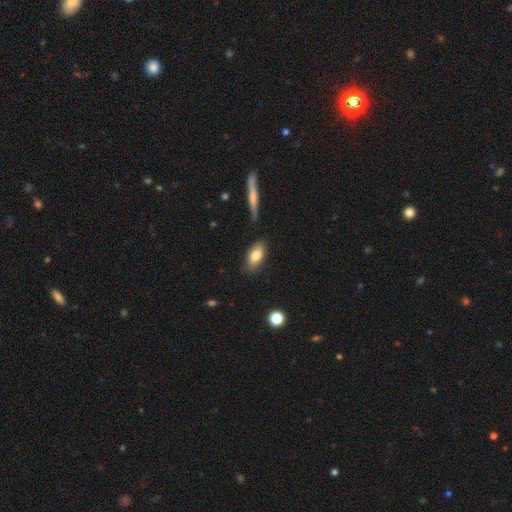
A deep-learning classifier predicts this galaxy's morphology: smooth_or_featured: smooth (p=0.79) [alt: featured or disk p=0.14]
how_rounded: in between (p=0.86) [alt: cigar-shaped p=0.10]
merging: none (p=0.81) [alt: minor disturbance p=0.13]